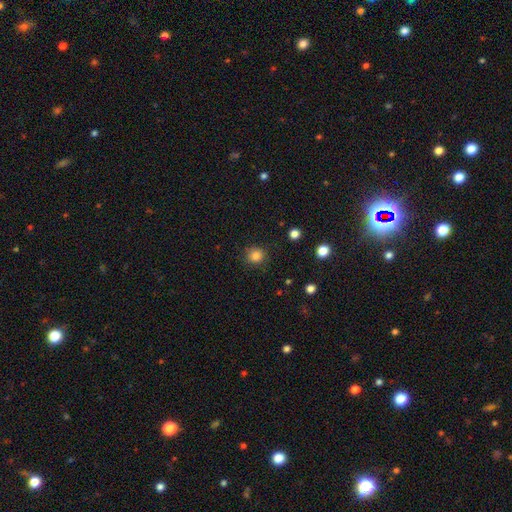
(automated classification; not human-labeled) Smooth or featured? smooth (84%)
How rounded? round (90%)
Merging? none (87%)